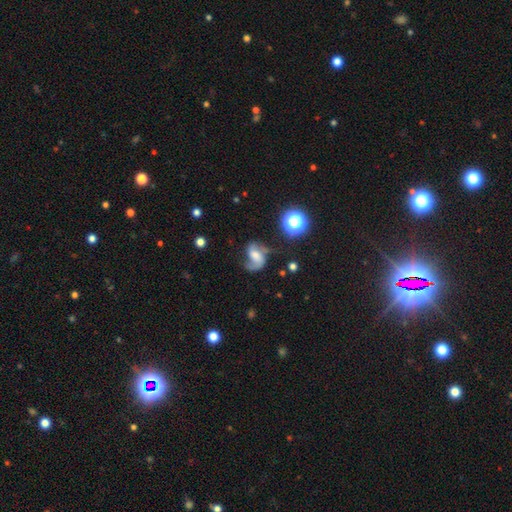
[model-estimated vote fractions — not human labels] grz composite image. It shows a featured or disk galaxy (72%) with a weak bar (44%), 2 (78%) loose (49%) spiral arms (93%) and a moderate central bulge (41%). Merging: none (49%).